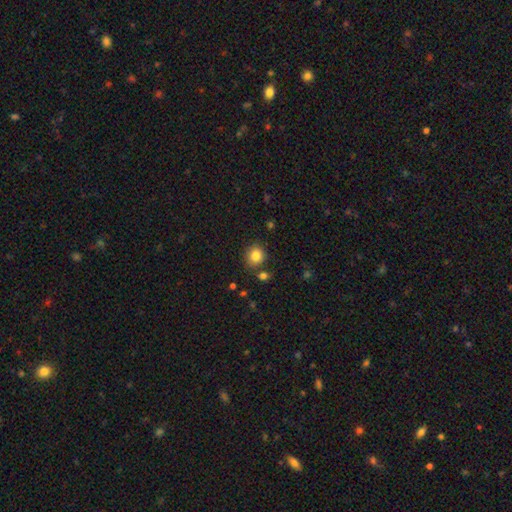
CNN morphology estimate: A smooth galaxy with no disk features (83%) that is round (82%). Merging: none (80%).